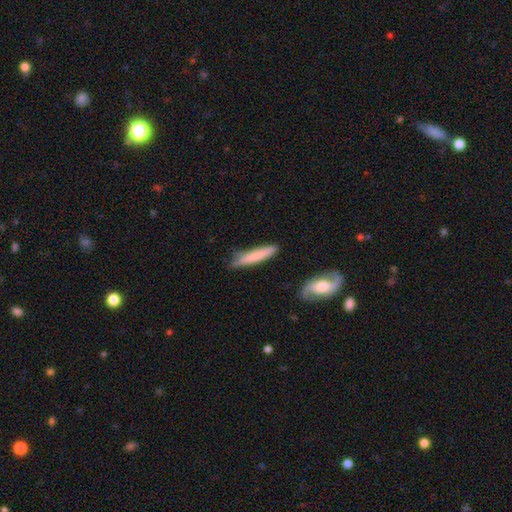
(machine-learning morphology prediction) smooth-or-featured: smooth: 69% | featured or disk: 26% | star or artifact: 5%
  how-rounded: cigar-shaped: 90% | in between: 9% | round: 2%
  merging: none: 79% | minor disturbance: 15% | major disturbance: 3% | merger: 3%